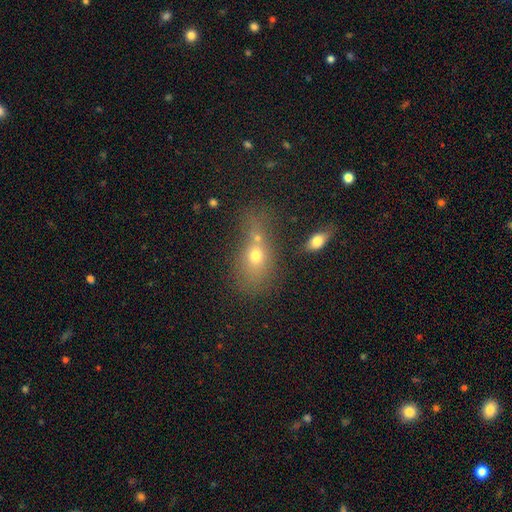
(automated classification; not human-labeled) Morphology: type=smooth (65%); roundness=in between (65%); merging=merger (46%).